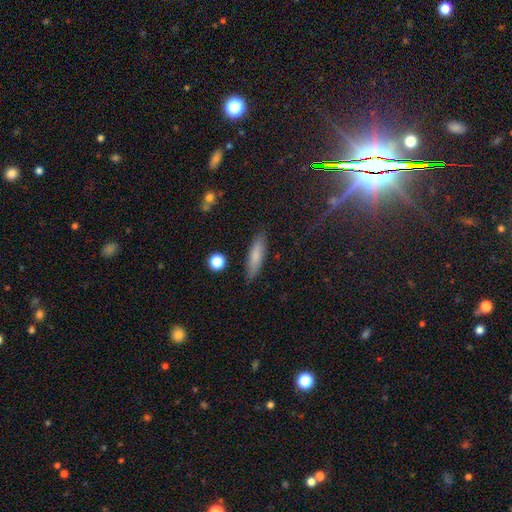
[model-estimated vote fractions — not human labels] This appears to be a smooth galaxy with no disk features (78%) that is cigar-shaped (71%). Merging: none (86%).